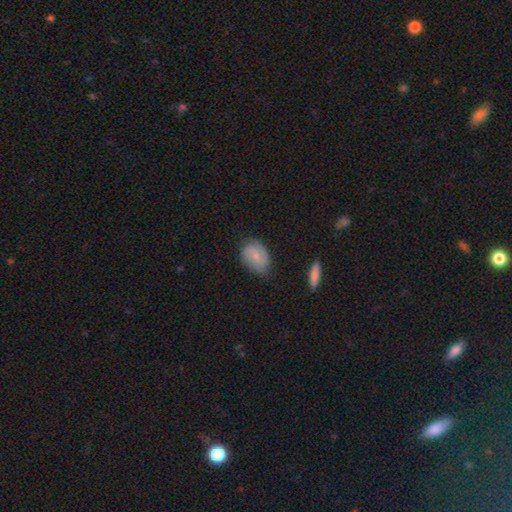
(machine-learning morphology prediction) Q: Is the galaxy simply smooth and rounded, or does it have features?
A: smooth — 66%.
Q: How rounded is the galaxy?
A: in between — 78%.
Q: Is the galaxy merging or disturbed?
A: none — 68%.